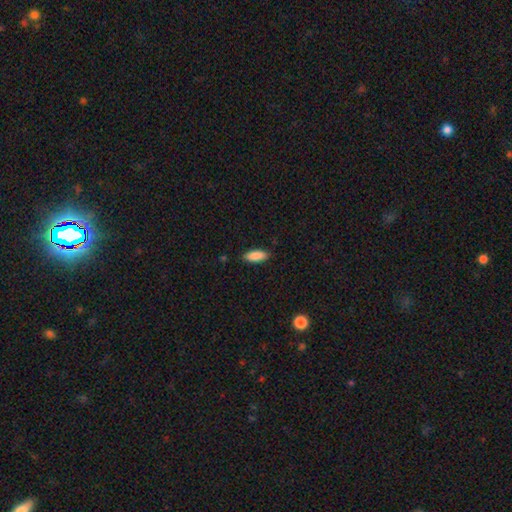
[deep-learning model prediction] Smooth or featured? smooth (89%)
How rounded? in between (75%)
Merging? none (86%)